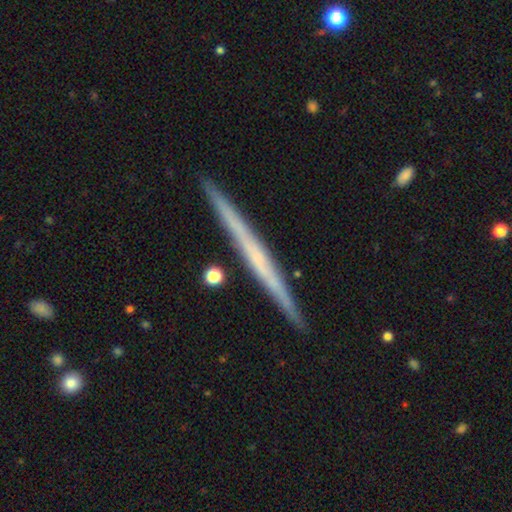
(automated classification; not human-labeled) Overall: featured or disk (61%; smooth 33%). Edge-on disk: yes (98%). Edge-on bulge: none (86%). Merging: none (91%).